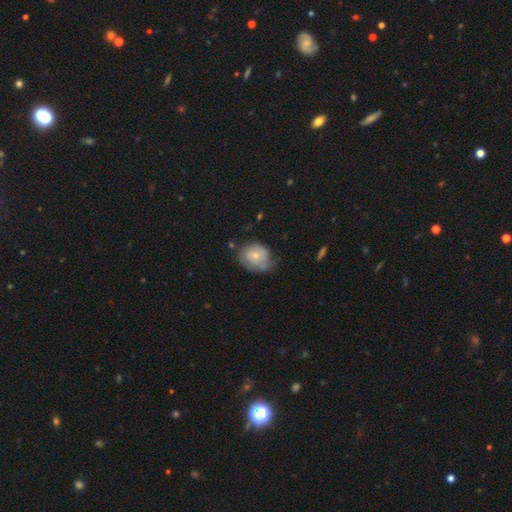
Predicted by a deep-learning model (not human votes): A smooth galaxy with no disk features (59%) that is round (50%).

Vote fractions:
- Smooth or featured? smooth: 59% / featured or disk: 35% / star or artifact: 7%
- How rounded? round: 50% / in between: 49% / cigar-shaped: 1%
- Merging? none: 49% / minor disturbance: 36% / major disturbance: 12% / merger: 3%